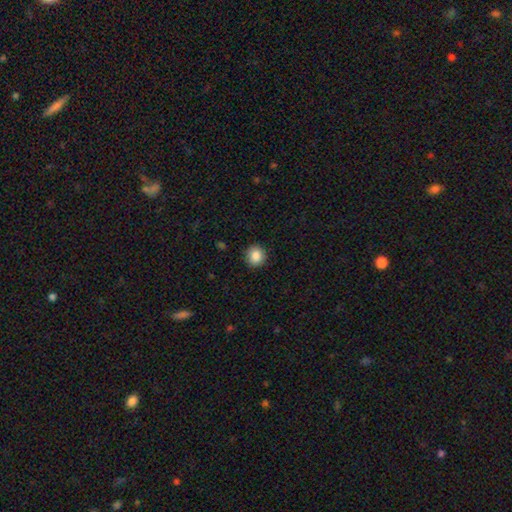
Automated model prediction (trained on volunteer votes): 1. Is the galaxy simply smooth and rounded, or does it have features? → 87% smooth, 9% star or artifact, 4% featured or disk.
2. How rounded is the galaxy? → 89% round, 10% in between, 1% cigar-shaped.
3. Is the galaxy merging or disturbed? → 91% none, 6% minor disturbance, 2% major disturbance, 1% merger.